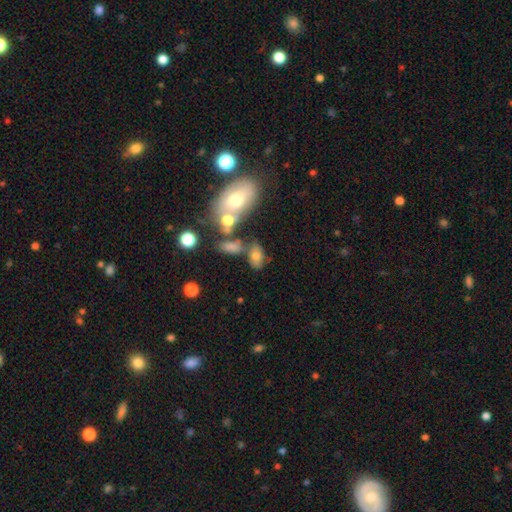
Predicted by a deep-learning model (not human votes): The model was most divided on "merging": none: 52%, merger: 23%, minor disturbance: 16%, major disturbance: 8%. More confident: how rounded — in between (84%); smooth or featured — smooth (69%).